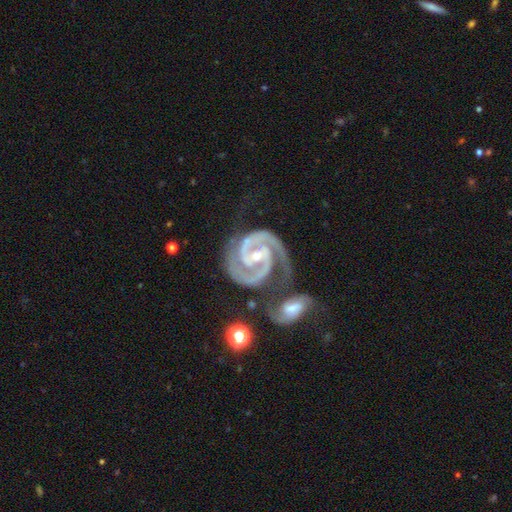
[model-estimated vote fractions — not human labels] This is clearly a featured or disk galaxy (94%). It is clearly not viewed edge-on (98%). Bar: marginally strong (36%). Spiral arm pattern: clearly yes (99%). Spiral arm count: clearly 2 (89%). Spiral winding: possibly tight (56%). Central bulge: likely small (61%). Merging: possibly none (47%).